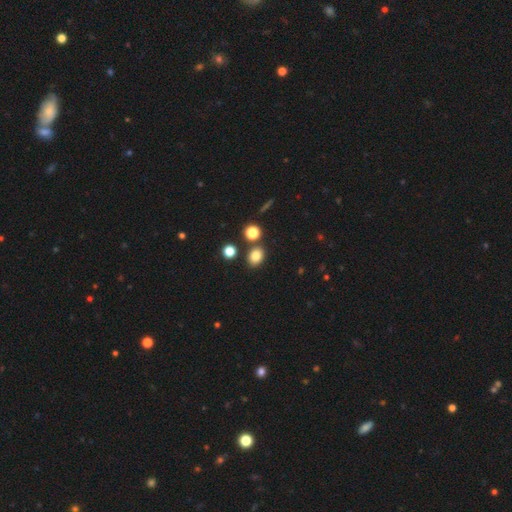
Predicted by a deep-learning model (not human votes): smooth 80%, star or artifact 13%, featured or disk 7%. Down the decision tree: how rounded — in between (52%); merging — none (79%).